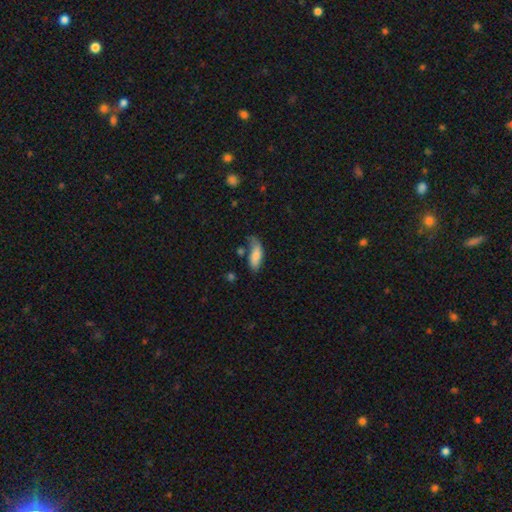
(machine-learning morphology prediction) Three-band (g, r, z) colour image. It shows a smooth galaxy with no disk features (77%) that is in between round and cigar-shaped (74%). Merging: none (43%).